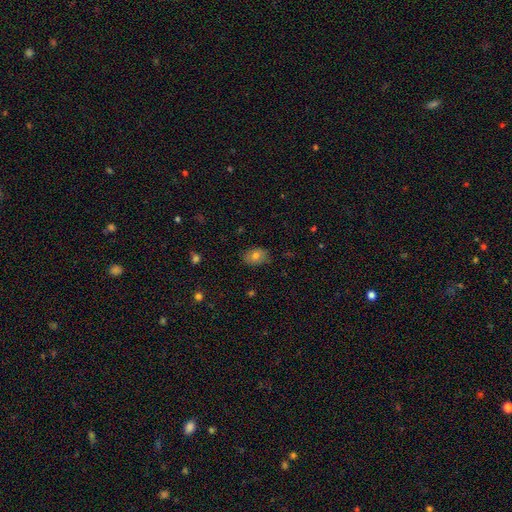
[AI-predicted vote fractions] Smooth or featured: smooth — 77% (featured or disk — 13%)
How rounded: in between — 78% (round — 21%)
Merging: none — 79% (minor disturbance — 17%)